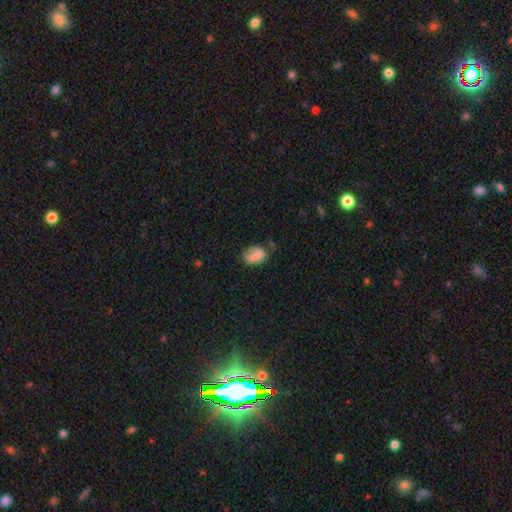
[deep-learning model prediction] Smooth or featured? smooth (72%)
How rounded? in between (81%)
Merging? none (56%)